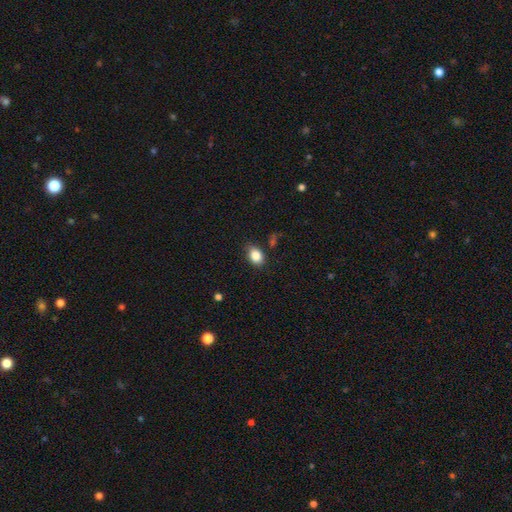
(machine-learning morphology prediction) Smooth or featured: smooth — 85% (star or artifact — 9%)
How rounded: in between — 73% (round — 25%)
Merging: none — 80% (minor disturbance — 15%)